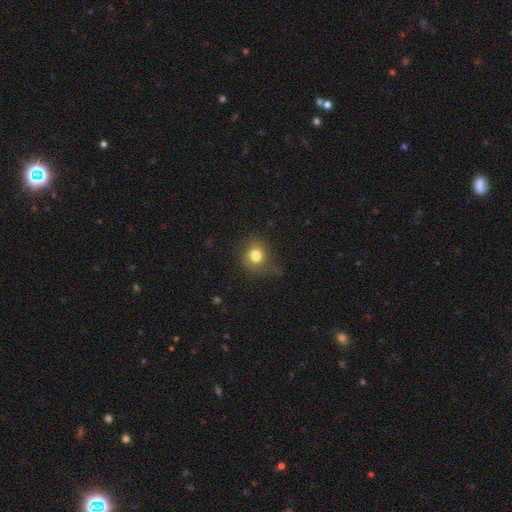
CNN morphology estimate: The model was most divided on "how rounded": round: 55%, in between: 44%, cigar-shaped: 1%. More confident: smooth or featured — smooth (79%); merging — none (54%).